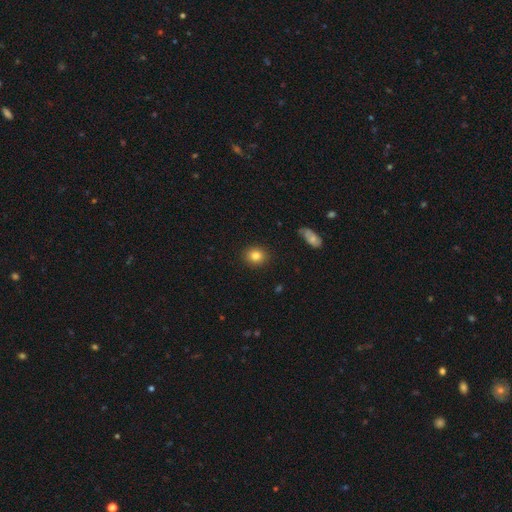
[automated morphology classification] Smooth or featured? smooth (83%)
How rounded? round (75%)
Merging? none (89%)